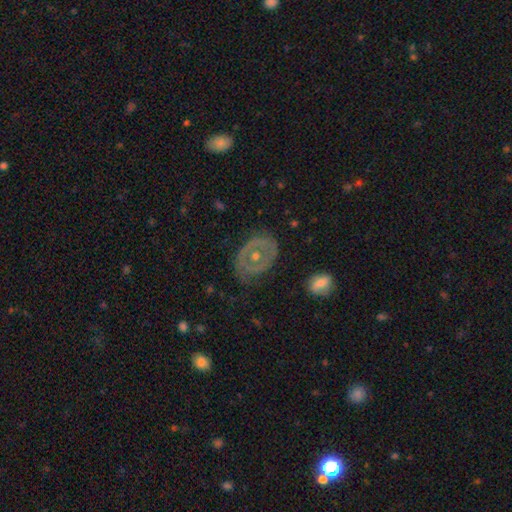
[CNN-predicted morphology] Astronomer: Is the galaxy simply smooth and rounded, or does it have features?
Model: featured or disk — 65%.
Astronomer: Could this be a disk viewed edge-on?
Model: no — 94%.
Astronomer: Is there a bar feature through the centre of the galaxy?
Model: no — 74%.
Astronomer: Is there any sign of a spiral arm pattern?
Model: no — 77%.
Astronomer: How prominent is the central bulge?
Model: moderate — 56% (runner-up: small, 40%).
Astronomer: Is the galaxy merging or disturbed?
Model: none — 75%.